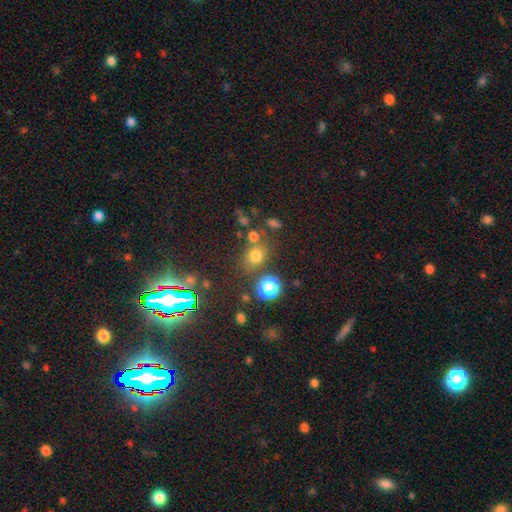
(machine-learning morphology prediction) smooth 72%, star or artifact 21%, featured or disk 8%. Down the decision tree: how rounded — round (66%); merging — none (68%).